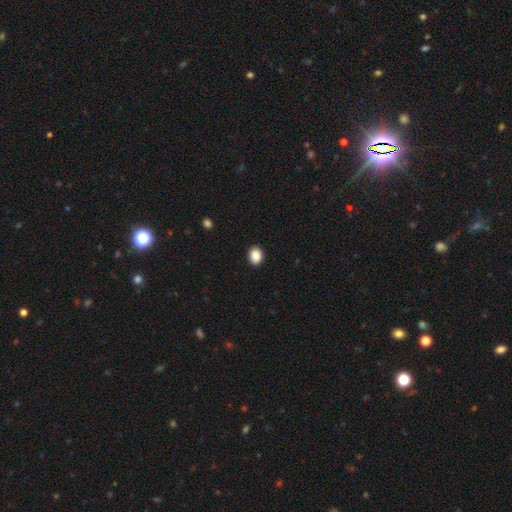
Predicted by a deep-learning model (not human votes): Morphology: type=smooth (89%); roundness=in between (51%); merging=none (91%).